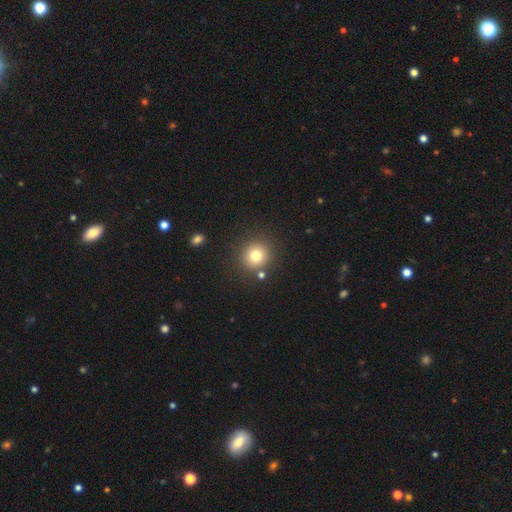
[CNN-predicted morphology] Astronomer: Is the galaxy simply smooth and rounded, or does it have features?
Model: smooth — 78%.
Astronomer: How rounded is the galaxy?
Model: round — 91%.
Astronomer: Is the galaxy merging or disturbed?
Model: none — 84%.